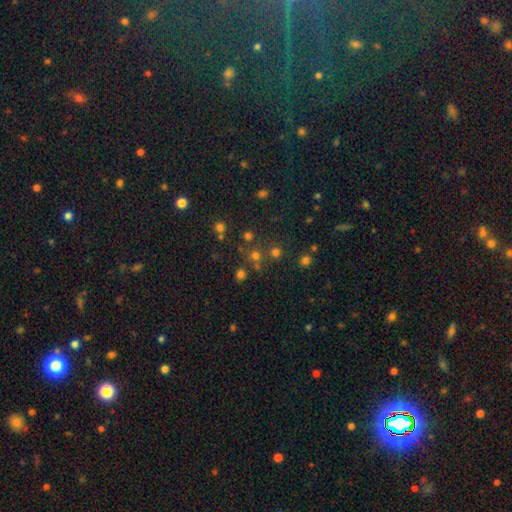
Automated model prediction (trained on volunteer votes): Morphology: type=smooth (55%); roundness=round (91%); merging=none (74%).